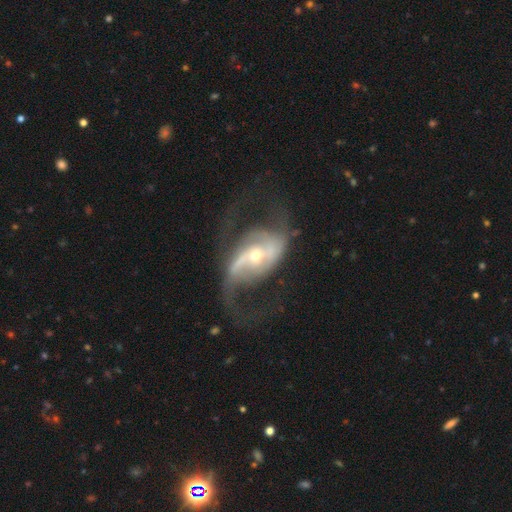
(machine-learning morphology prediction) featured or disk 87%, smooth 7%, star or artifact 6%. Down the decision tree: edge-on disk — no (96%); bar — strong (40%); spiral arms — yes (92%); spiral arm count — 2 (86%); spiral winding — loose (55%); bulge size — small (55%); merging — none (54%).